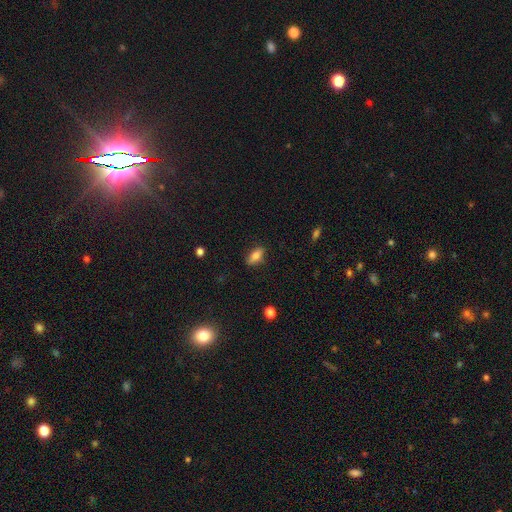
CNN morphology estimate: The model was most divided on "smooth or featured": smooth: 75%, featured or disk: 16%, star or artifact: 8%. More confident: merging — none (83%); how rounded — in between (81%).